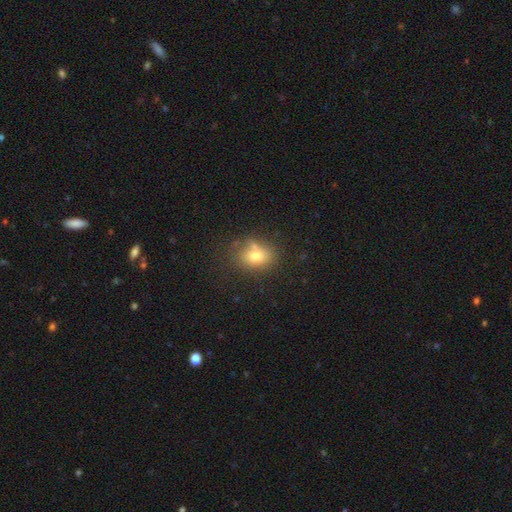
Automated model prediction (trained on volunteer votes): smooth-or-featured: smooth: 75% | featured or disk: 13% | star or artifact: 12%
  how-rounded: in between: 58% | round: 41% | cigar-shaped: 1%
  merging: none: 62% | minor disturbance: 17% | merger: 15% | major disturbance: 6%